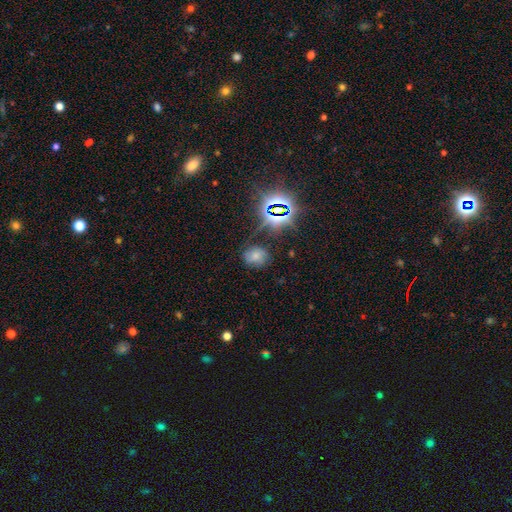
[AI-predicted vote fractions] Smooth or featured? Predicted: smooth (p=0.50). Merging? Predicted: none (p=0.68).